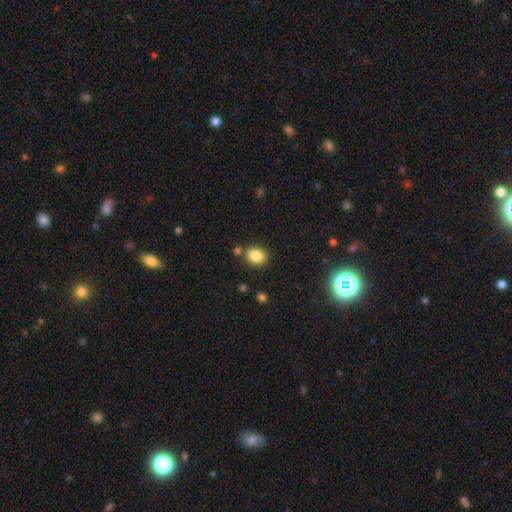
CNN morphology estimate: Smooth or featured: smooth — 85% (star or artifact — 9%)
How rounded: in between — 57% (round — 41%)
Merging: none — 77% (minor disturbance — 11%)